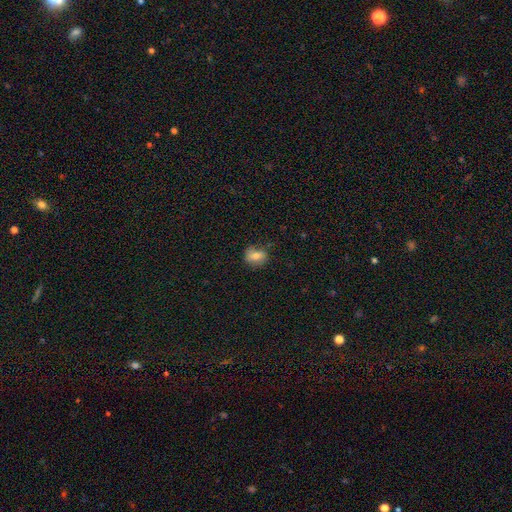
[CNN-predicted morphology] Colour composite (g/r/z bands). It shows a smooth galaxy with no disk features (72%) that is in between round and cigar-shaped (53%). Merging: none (74%).